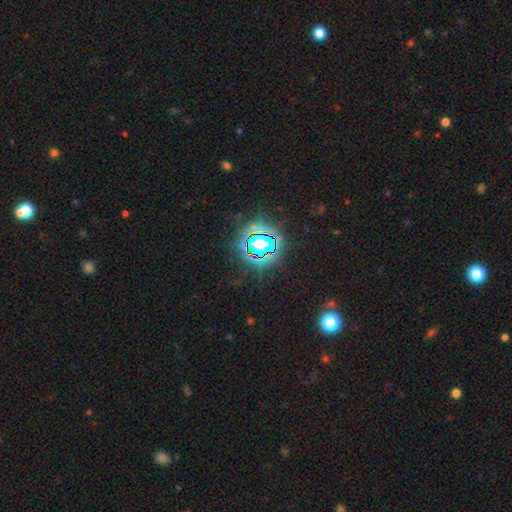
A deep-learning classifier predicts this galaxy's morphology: Overall: star or artifact (79%).